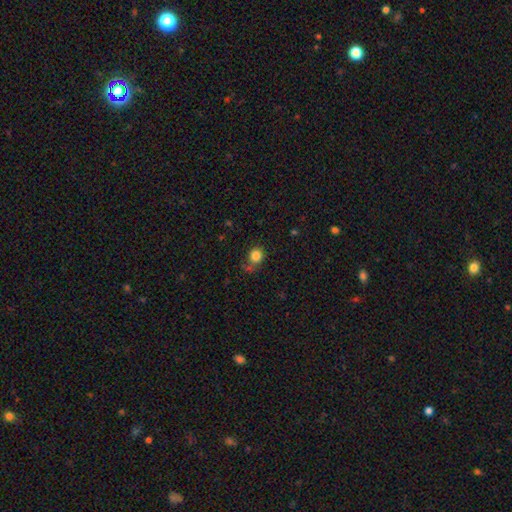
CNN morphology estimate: Q: Smooth or featured?
A: smooth (83%); runner-up: star or artifact (11%)
Q: How rounded?
A: round (82%); runner-up: in between (17%)
Q: Merging?
A: none (65%); runner-up: minor disturbance (17%)